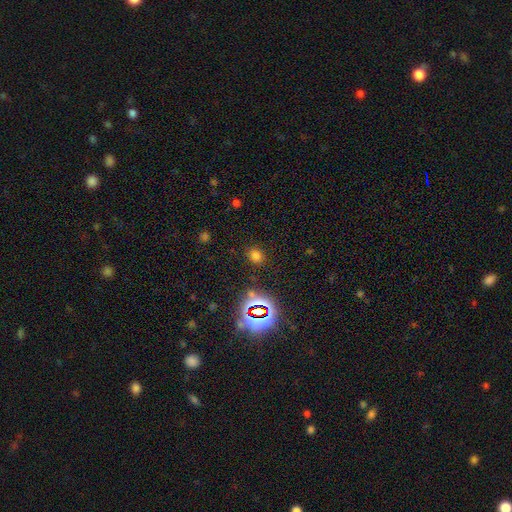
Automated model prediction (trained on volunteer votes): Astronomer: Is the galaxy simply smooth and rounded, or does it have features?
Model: smooth — 65%.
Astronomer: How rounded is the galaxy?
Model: round — 68%.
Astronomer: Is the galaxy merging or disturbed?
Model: none — 85%.